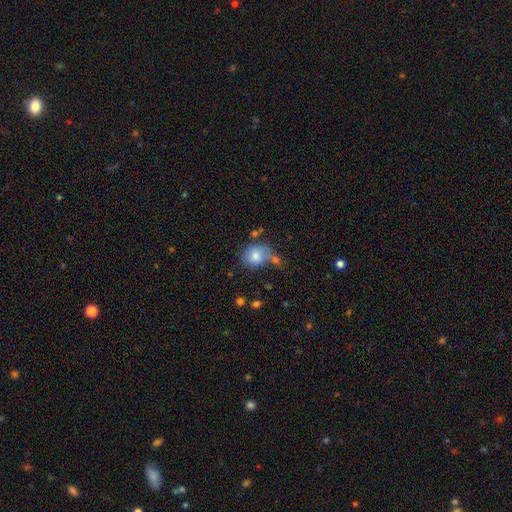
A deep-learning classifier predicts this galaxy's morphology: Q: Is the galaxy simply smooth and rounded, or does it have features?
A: smooth — 80%.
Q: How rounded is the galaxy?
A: round — 69%.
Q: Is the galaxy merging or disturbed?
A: none — 51%.